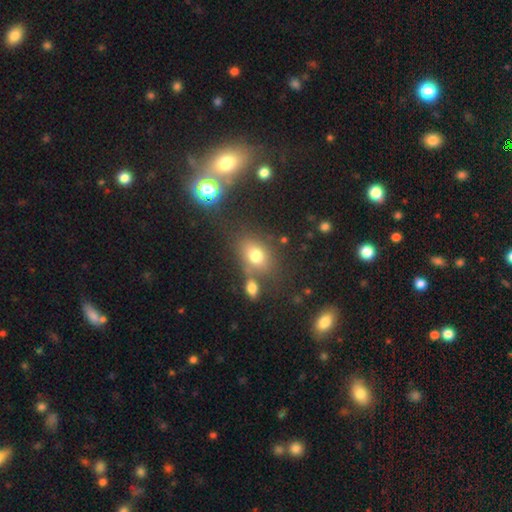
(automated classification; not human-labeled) Smooth or featured?
  - smooth: 73% *
  - star or artifact: 15%
  - featured or disk: 12%
How rounded?
  - in between: 62% *
  - round: 36%
  - cigar-shaped: 2%
Merging?
  - none: 64% *
  - merger: 17%
  - minor disturbance: 13%
  - major disturbance: 6%